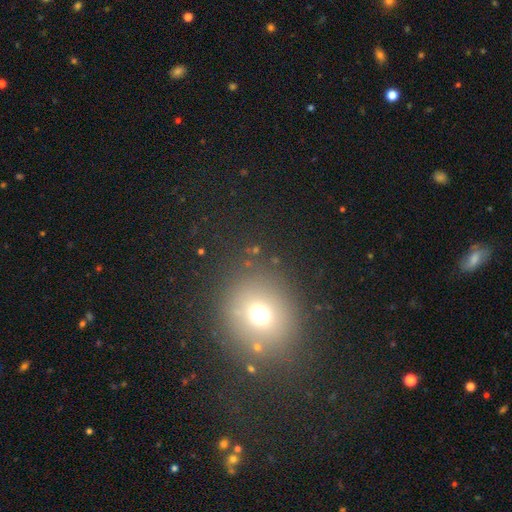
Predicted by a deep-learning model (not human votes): smooth 59%, star or artifact 28%, featured or disk 12%. Down the decision tree: how rounded — round (78%); merging — none (80%).